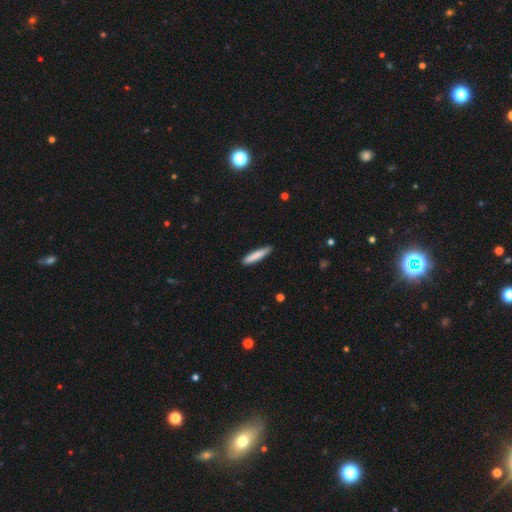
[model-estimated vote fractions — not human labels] Morphology: type=smooth (82%); roundness=cigar-shaped (90%); merging=none (86%).